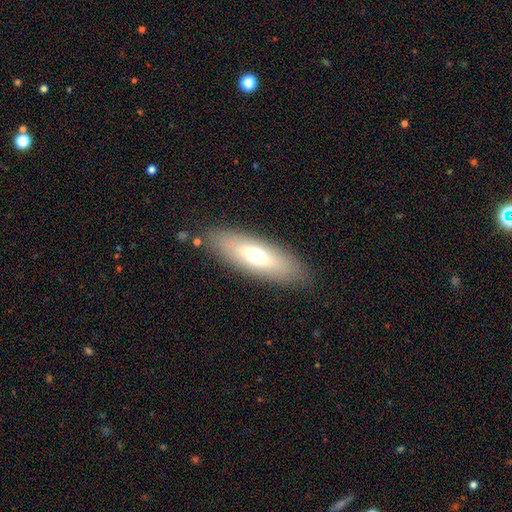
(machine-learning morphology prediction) Overall: smooth (62%; featured or disk 31%). How rounded: in between (58%; cigar-shaped 40%). Merging: none (85%).